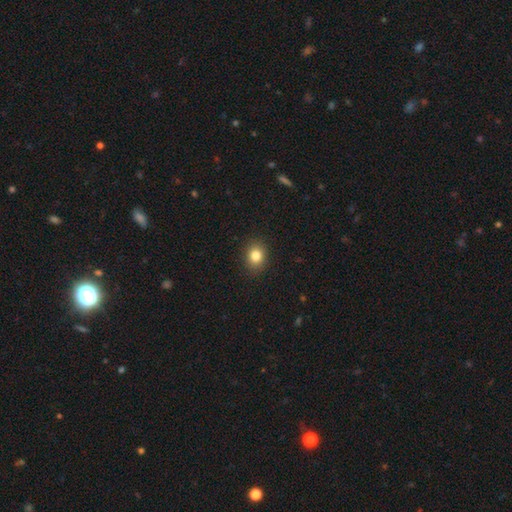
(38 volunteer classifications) smooth 89%, star or artifact 8%, featured or disk 3%. Down the decision tree: how rounded — round (74%); merging — none (97%).